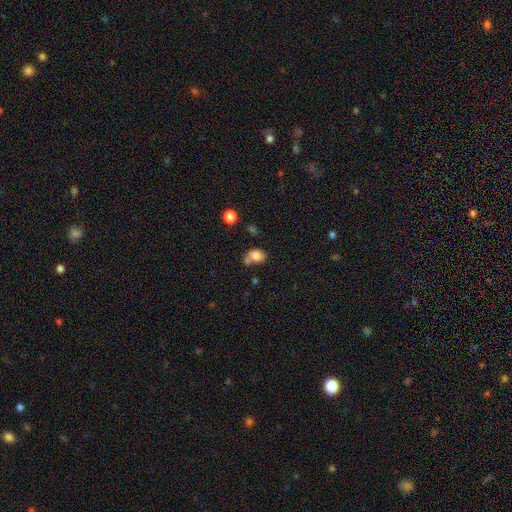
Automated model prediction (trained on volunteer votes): Overall: smooth (79%). How rounded: in between (62%; round 37%). Merging: none (41%; merger 31%).